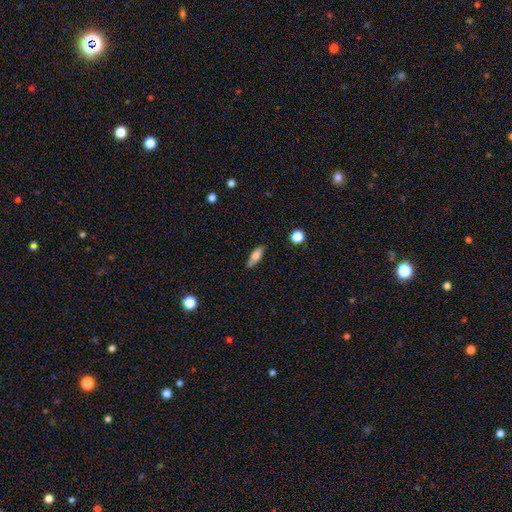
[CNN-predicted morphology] A smooth galaxy with no disk features (70%) that is in between round and cigar-shaped (60%).

Vote fractions:
- Smooth or featured? smooth: 70% / featured or disk: 23% / star or artifact: 7%
- How rounded? in between: 60% / cigar-shaped: 37% / round: 3%
- Merging? none: 79% / minor disturbance: 16% / major disturbance: 3% / merger: 2%